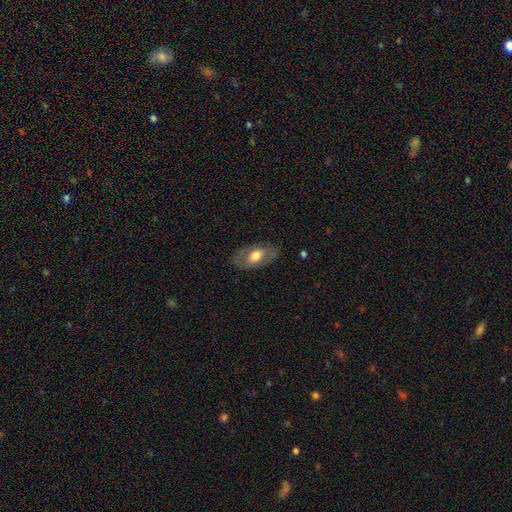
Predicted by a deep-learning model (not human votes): This appears to be a smooth galaxy with no disk features (54%) that is in between round and cigar-shaped (91%). Merging: none (80%).